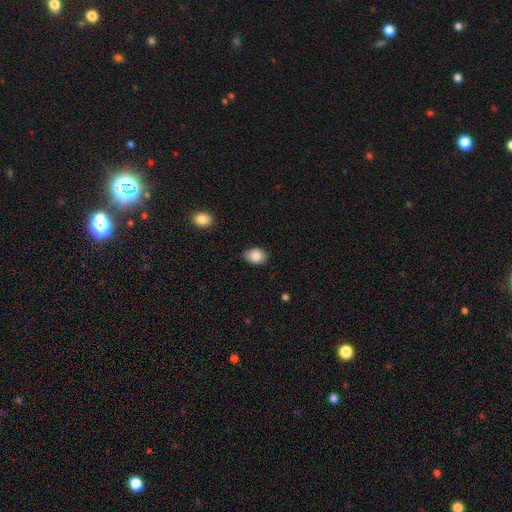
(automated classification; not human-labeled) This appears to be a smooth galaxy with no disk features (87%) that is in between round and cigar-shaped (83%). Merging: none (80%).